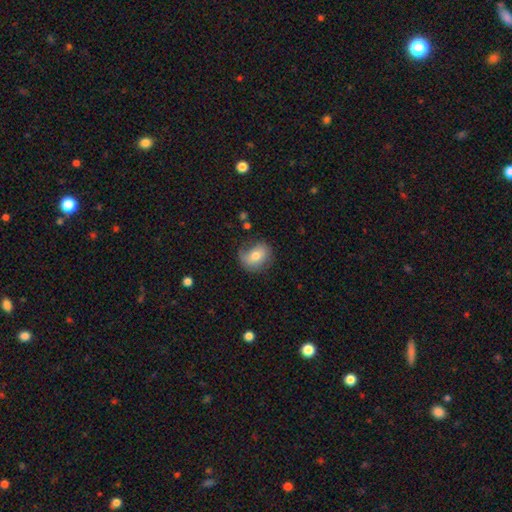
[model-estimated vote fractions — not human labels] smooth-or-featured: smooth: 68% | featured or disk: 24% | star or artifact: 8%
  how-rounded: round: 55% | in between: 44% | cigar-shaped: 1%
  merging: none: 60% | minor disturbance: 26% | major disturbance: 11% | merger: 2%